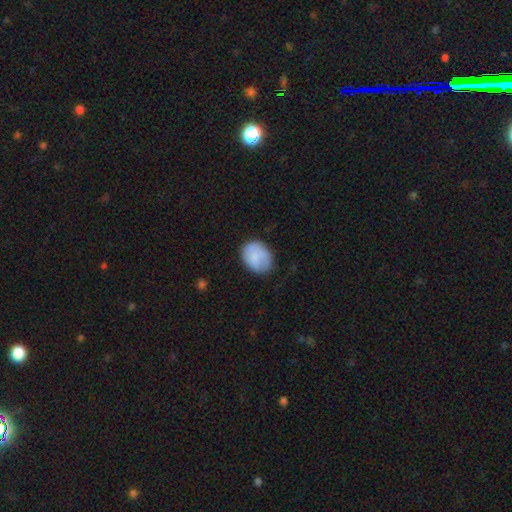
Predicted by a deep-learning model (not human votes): Overall: smooth (80%). How rounded: in between (56%; round 43%). Merging: none (74%).